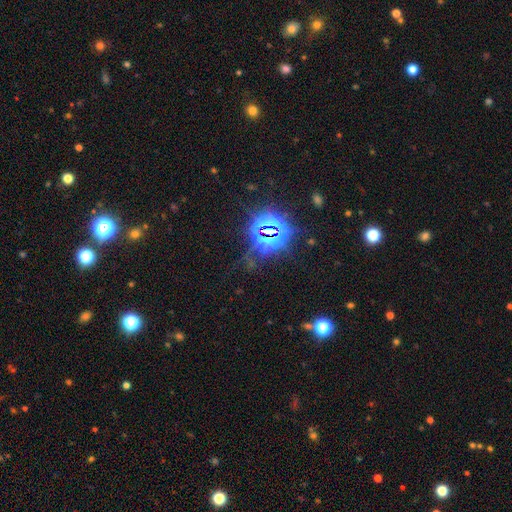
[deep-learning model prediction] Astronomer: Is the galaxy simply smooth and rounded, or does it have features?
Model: star or artifact — 80%.